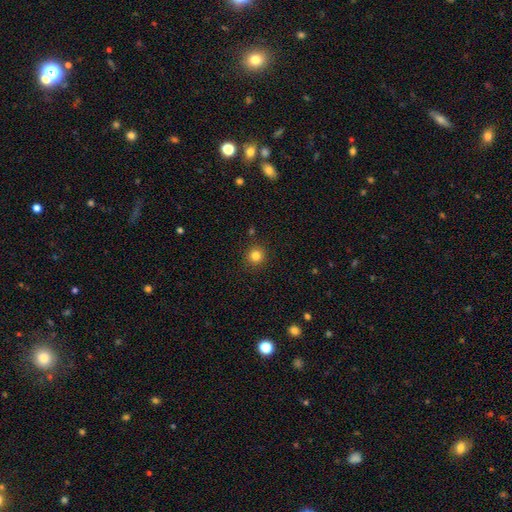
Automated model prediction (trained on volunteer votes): A smooth galaxy with no disk features (82%) that is round (93%). Merging: none (90%).